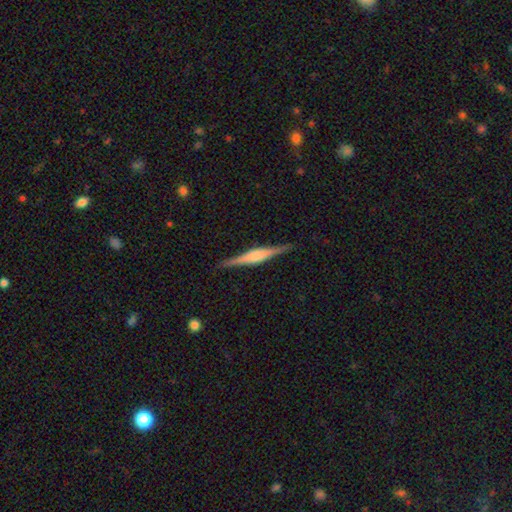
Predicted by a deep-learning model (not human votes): This is likely a featured or disk galaxy (76%). It is clearly viewed edge-on (98%). Edge-on bulge: possibly rounded (54%). Merging: clearly none (89%).